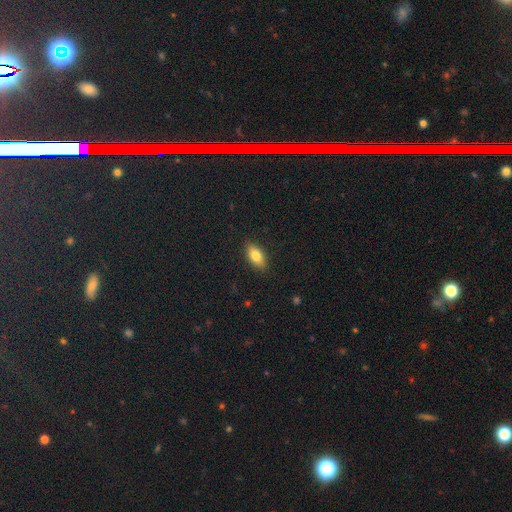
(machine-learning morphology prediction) Q: Smooth or featured?
A: smooth (81%); runner-up: featured or disk (12%)
Q: How rounded?
A: in between (88%); runner-up: cigar-shaped (8%)
Q: Merging?
A: none (88%); runner-up: minor disturbance (9%)